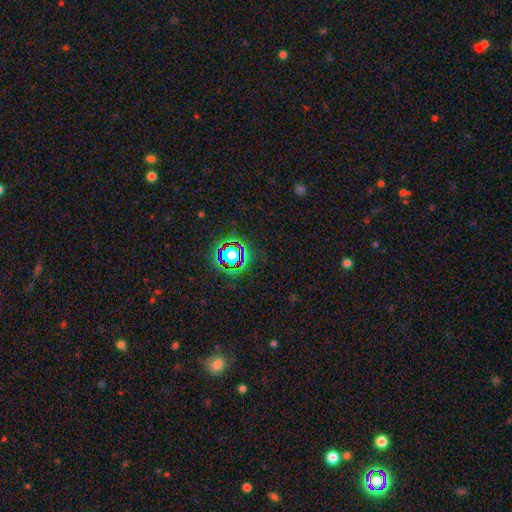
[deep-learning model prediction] Smooth or featured: star or artifact — 72% (smooth — 18%)